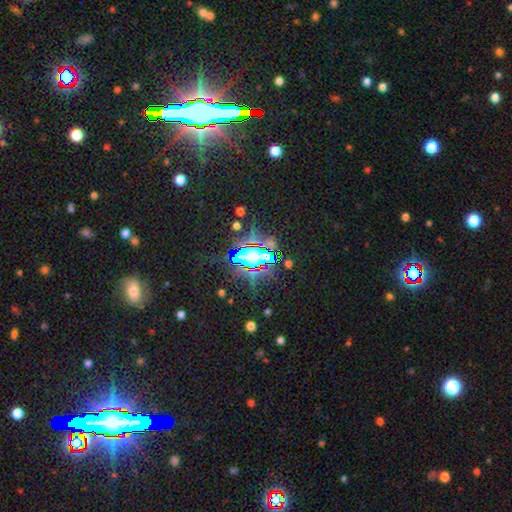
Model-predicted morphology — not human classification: Smooth or featured? star or artifact (71%)